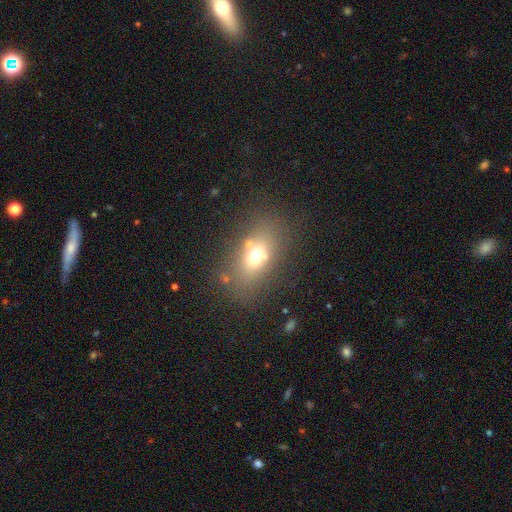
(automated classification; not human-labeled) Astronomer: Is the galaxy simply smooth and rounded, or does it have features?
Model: smooth — 61%.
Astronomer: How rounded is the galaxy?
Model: in between — 68%.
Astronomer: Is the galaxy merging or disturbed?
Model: none — 71%.